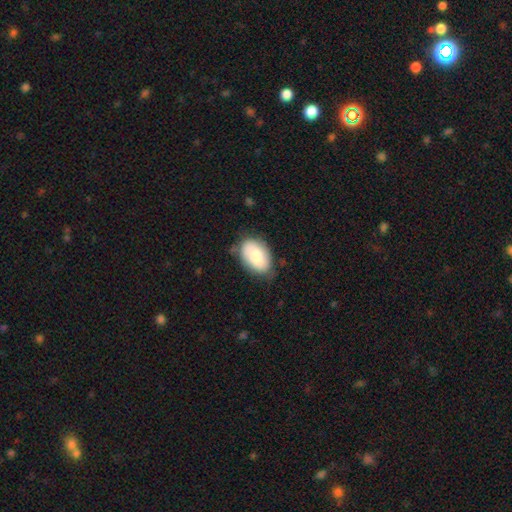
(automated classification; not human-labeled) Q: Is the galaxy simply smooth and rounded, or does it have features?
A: smooth — 70%.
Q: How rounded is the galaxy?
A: in between — 89%.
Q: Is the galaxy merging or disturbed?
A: none — 69%.